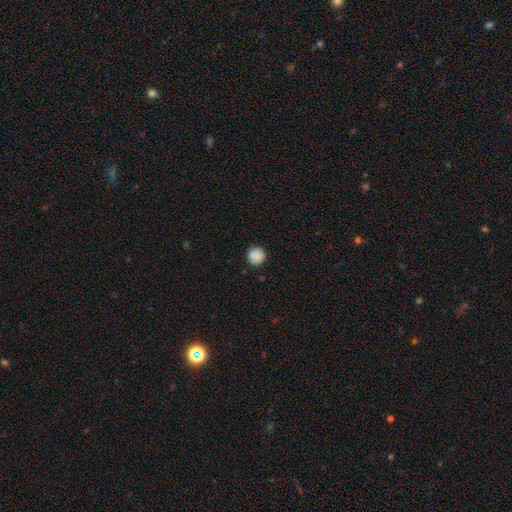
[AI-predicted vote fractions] Smooth or featured? smooth (86%)
How rounded? round (94%)
Merging? none (85%)